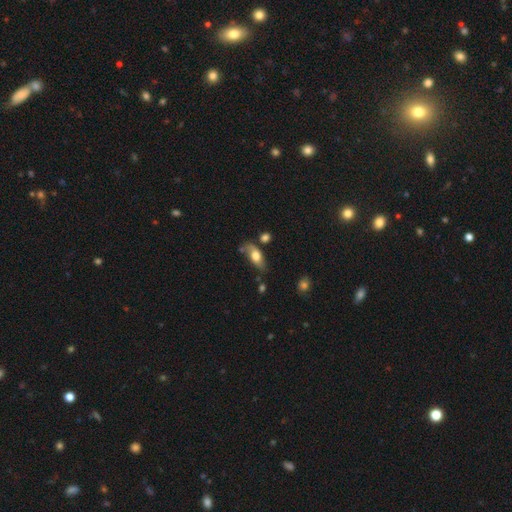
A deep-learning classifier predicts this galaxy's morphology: A smooth galaxy with no disk features (61%) that is in between round and cigar-shaped (81%). Merging: none (52%).